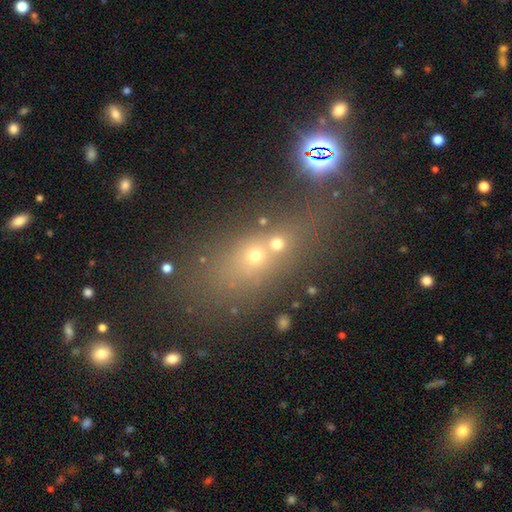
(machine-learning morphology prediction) Smooth or featured?
  - smooth: 43% *
  - star or artifact: 38%
  - featured or disk: 19%
Merging?
  - none: 43% *
  - merger: 38%
  - minor disturbance: 10%
  - major disturbance: 8%